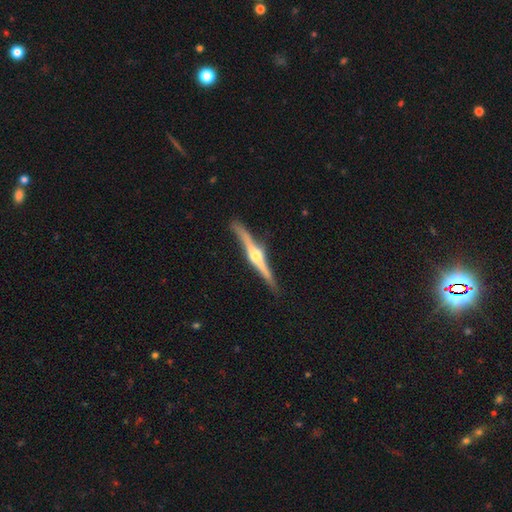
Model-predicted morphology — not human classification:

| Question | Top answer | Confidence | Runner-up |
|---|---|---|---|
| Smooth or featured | featured or disk | 83% | smooth (12%) |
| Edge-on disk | yes | 98% | no (2%) |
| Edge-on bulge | rounded | 93% | boxy (4%) |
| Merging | none | 87% | minor disturbance (9%) |